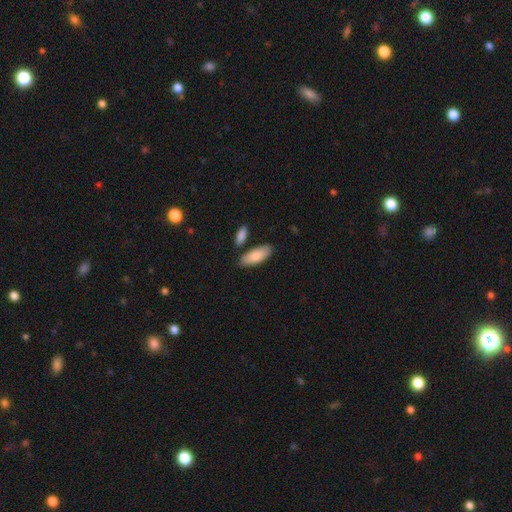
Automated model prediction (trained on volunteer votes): Smooth or featured? Predicted: smooth (p=0.85). How rounded? Predicted: in between (p=0.80). Merging? Predicted: none (p=0.77).